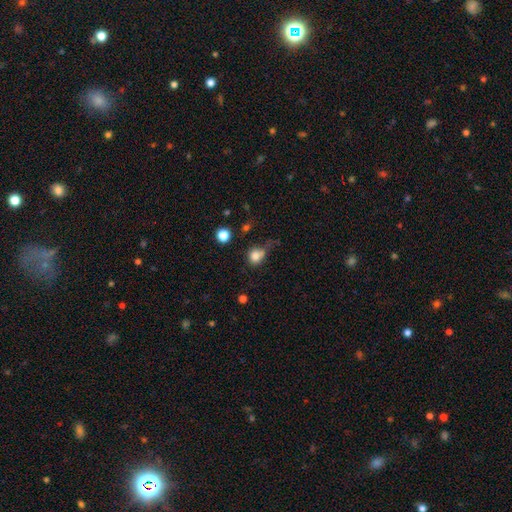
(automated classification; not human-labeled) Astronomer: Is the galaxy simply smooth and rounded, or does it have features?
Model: smooth — 80%.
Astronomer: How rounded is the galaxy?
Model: round — 78%.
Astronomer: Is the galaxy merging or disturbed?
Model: none — 44% (runner-up: minor disturbance, 25%).